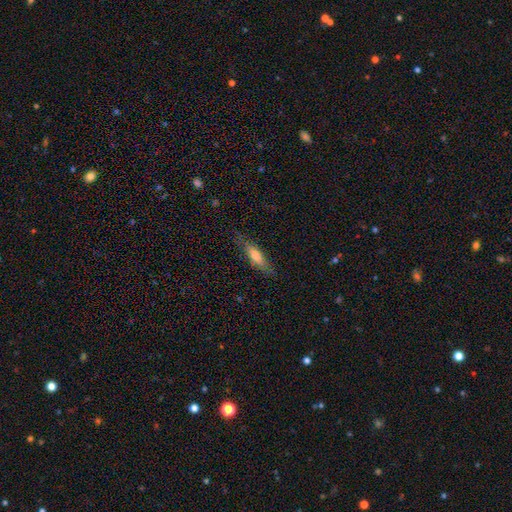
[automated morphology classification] smooth_or_featured: smooth (p=0.61) [alt: featured or disk p=0.33]
how_rounded: cigar-shaped (p=0.68) [alt: in between p=0.30]
merging: none (p=0.77) [alt: minor disturbance p=0.17]